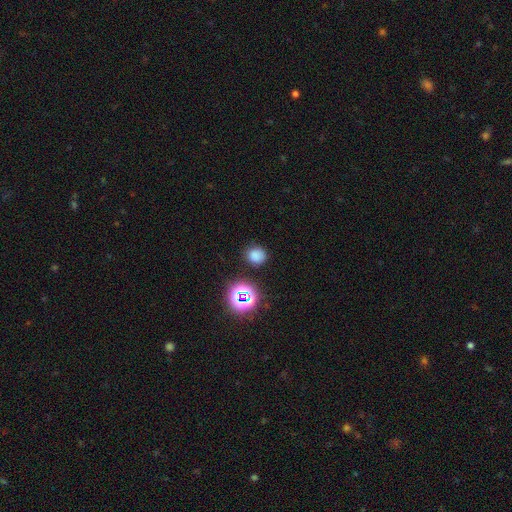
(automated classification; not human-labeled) Overall: smooth (73%). How rounded: round (80%). Merging: none (83%).